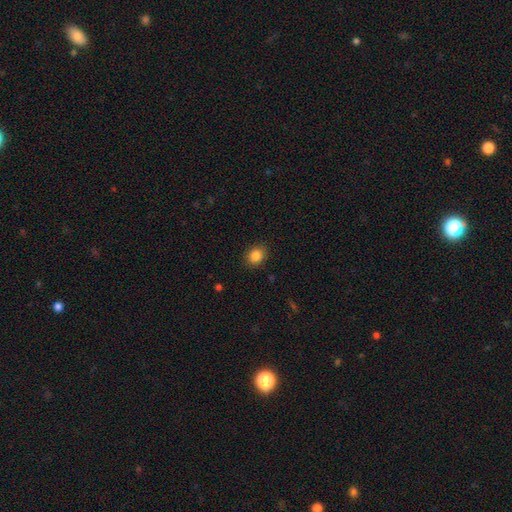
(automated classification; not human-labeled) smooth_or_featured: smooth (p=0.85) [alt: star or artifact p=0.10]
how_rounded: round (p=0.63) [alt: in between p=0.36]
merging: none (p=0.88) [alt: minor disturbance p=0.08]